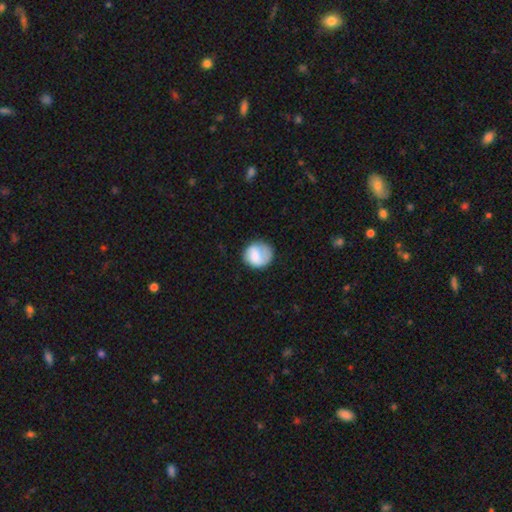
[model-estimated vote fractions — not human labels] A smooth galaxy with no disk features (70%) that is round (79%).

Vote fractions:
- Smooth or featured? smooth: 70% / featured or disk: 23% / star or artifact: 7%
- How rounded? round: 79% / in between: 20% / cigar-shaped: 1%
- Merging? none: 64% / minor disturbance: 23% / major disturbance: 11% / merger: 2%